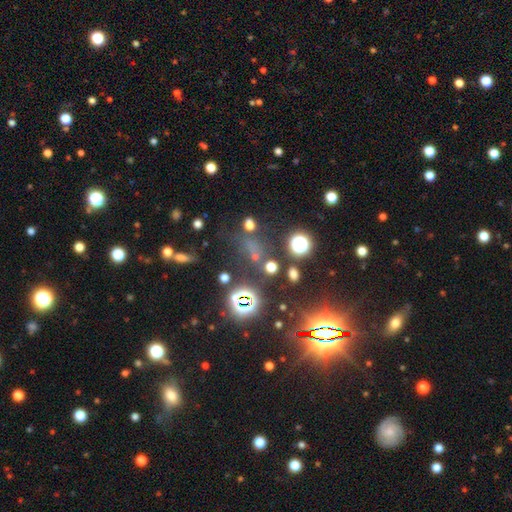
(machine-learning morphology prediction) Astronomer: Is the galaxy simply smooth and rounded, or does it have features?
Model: star or artifact — 65%.